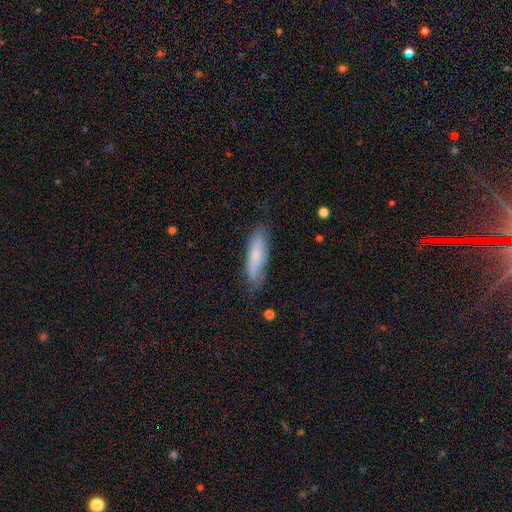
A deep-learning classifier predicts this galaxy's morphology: Smooth or featured?
  - smooth: 65% *
  - featured or disk: 28%
  - star or artifact: 7%
How rounded?
  - cigar-shaped: 68% *
  - in between: 30%
  - round: 2%
Merging?
  - none: 76% *
  - minor disturbance: 18%
  - major disturbance: 4%
  - merger: 1%